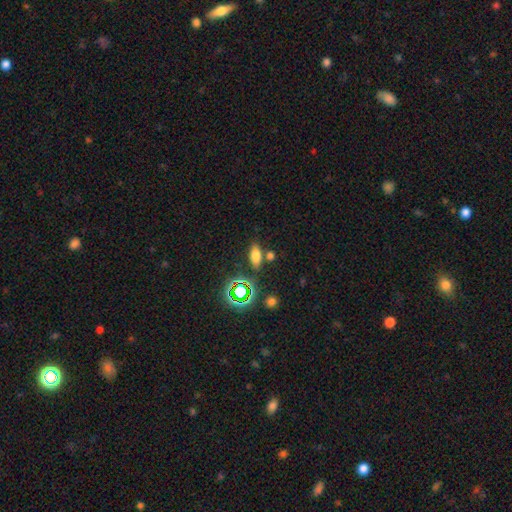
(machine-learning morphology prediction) Smooth or featured?
  - smooth: 69% *
  - star or artifact: 21%
  - featured or disk: 10%
How rounded?
  - in between: 80% *
  - cigar-shaped: 13%
  - round: 7%
Merging?
  - none: 75% *
  - minor disturbance: 11%
  - merger: 10%
  - major disturbance: 4%